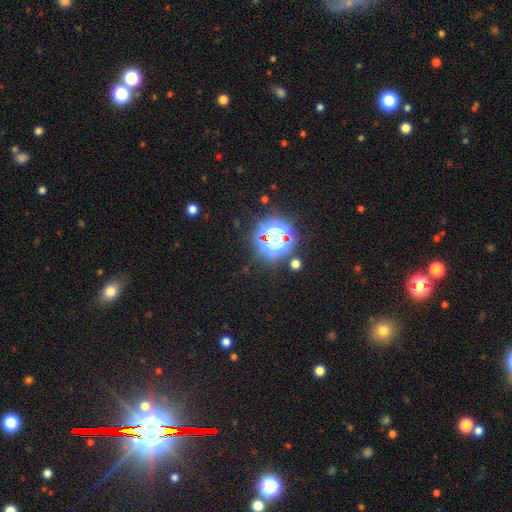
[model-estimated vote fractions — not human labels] Smooth or featured: star or artifact — 81% (smooth — 12%)